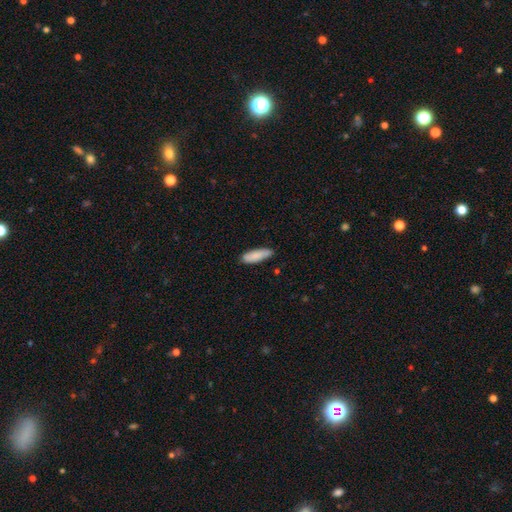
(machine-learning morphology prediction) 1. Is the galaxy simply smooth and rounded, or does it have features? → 86% smooth, 8% featured or disk, 6% star or artifact.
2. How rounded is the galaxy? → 52% in between, 47% cigar-shaped, 1% round.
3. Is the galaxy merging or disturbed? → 82% none, 14% minor disturbance, 2% major disturbance, 1% merger.